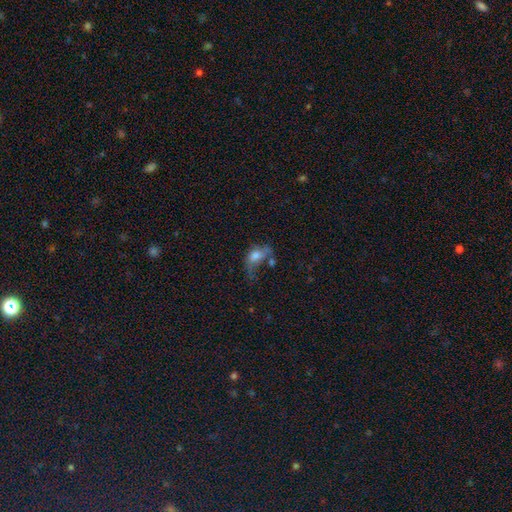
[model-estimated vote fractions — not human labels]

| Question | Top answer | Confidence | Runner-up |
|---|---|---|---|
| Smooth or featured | smooth | 58% | featured or disk (31%) |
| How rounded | in between | 81% | round (15%) |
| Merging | major disturbance | 39% | none (23%) |